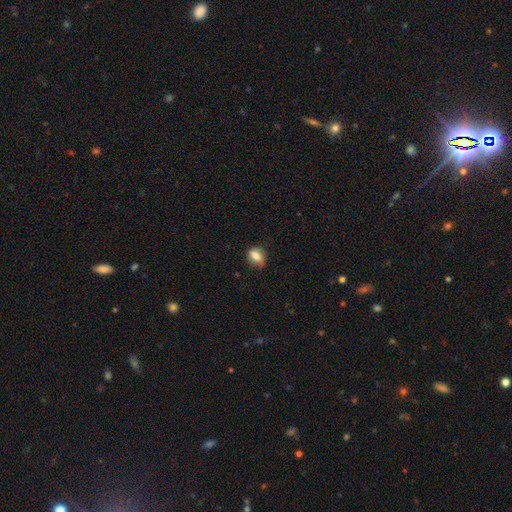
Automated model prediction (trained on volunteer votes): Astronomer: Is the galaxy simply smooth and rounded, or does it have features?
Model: smooth — 76%.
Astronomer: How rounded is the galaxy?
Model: in between — 68%.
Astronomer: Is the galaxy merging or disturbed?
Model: none — 68%.